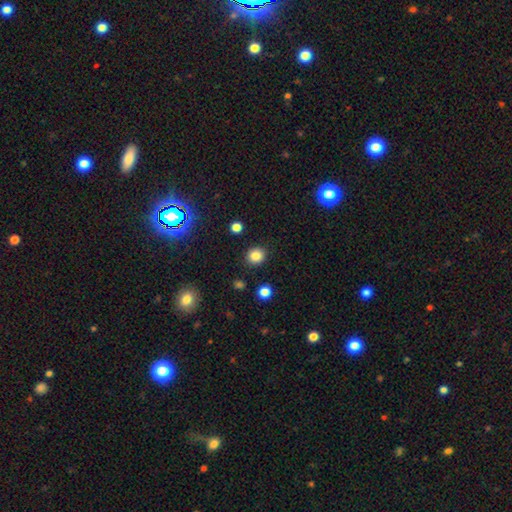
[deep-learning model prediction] Q: Smooth or featured?
A: smooth (84%); runner-up: star or artifact (12%)
Q: How rounded?
A: round (86%); runner-up: in between (13%)
Q: Merging?
A: none (90%); runner-up: minor disturbance (6%)